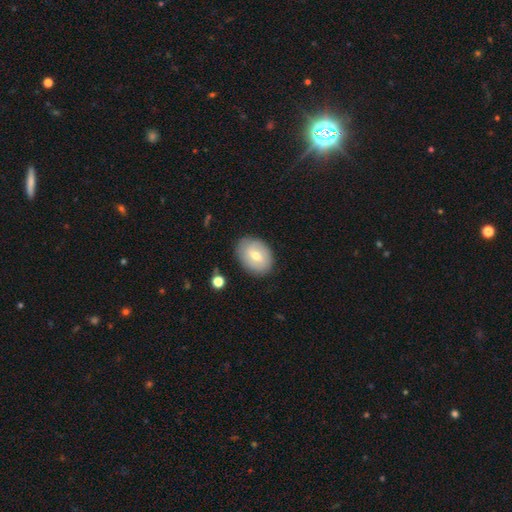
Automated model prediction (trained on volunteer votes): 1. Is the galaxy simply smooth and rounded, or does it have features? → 60% smooth, 32% featured or disk, 7% star or artifact.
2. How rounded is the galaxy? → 71% in between, 28% round, 1% cigar-shaped.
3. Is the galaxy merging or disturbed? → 84% none, 12% minor disturbance, 3% major disturbance, 1% merger.